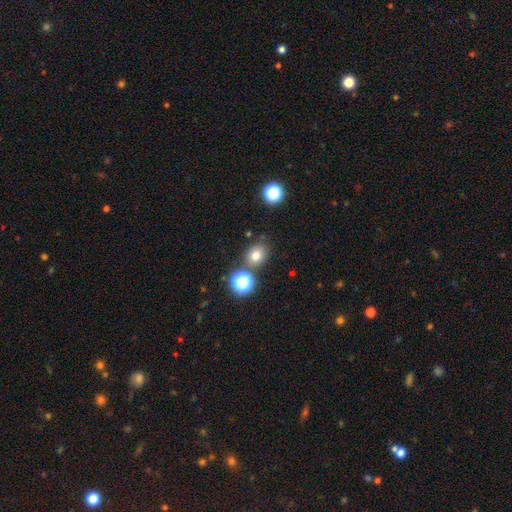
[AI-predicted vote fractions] A smooth galaxy with no disk features (75%) that is round (62%).

Vote fractions:
- Smooth or featured? smooth: 75% / star or artifact: 16% / featured or disk: 9%
- How rounded? round: 62% / in between: 37% / cigar-shaped: 1%
- Merging? none: 74% / merger: 11% / minor disturbance: 11% / major disturbance: 3%